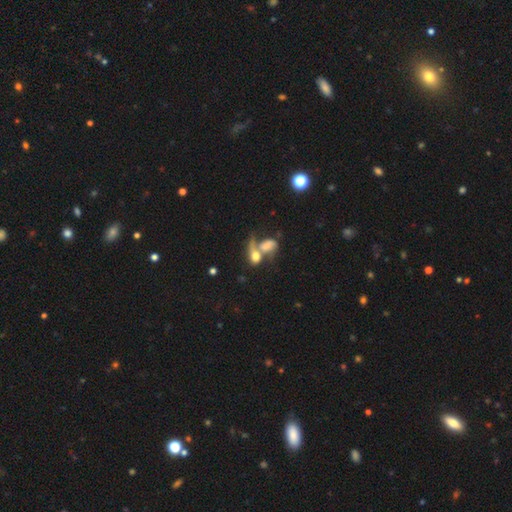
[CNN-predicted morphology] A smooth galaxy with no disk features (57%) that is in between round and cigar-shaped (62%). Merging: merger (69%).